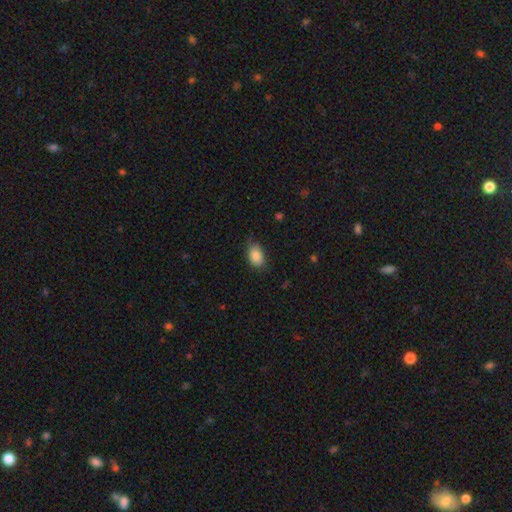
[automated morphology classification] Smooth or featured? Predicted: smooth (p=0.87). How rounded? Predicted: in between (p=0.88). Merging? Predicted: none (p=0.67).